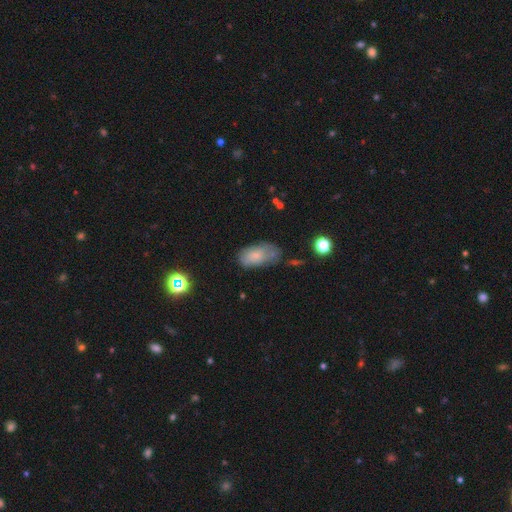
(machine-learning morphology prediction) Overall: smooth (69%). How rounded: in between (92%). Merging: none (51%; minor disturbance 31%).